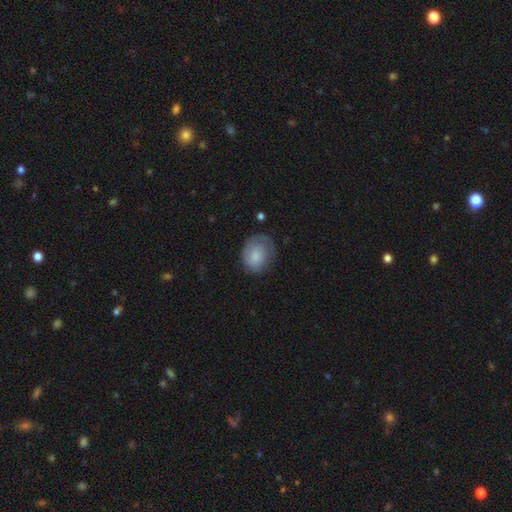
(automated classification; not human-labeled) smooth 74%, featured or disk 19%, star or artifact 7%. Down the decision tree: how rounded — round (59%); merging — none (57%).